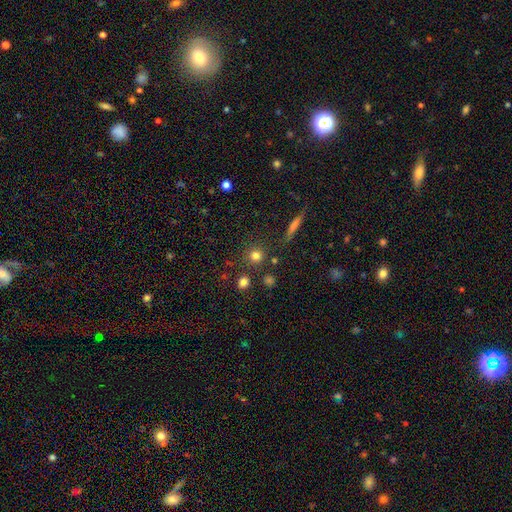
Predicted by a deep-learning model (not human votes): Smooth or featured: smooth — 79% (star or artifact — 13%)
How rounded: round — 92% (in between — 7%)
Merging: none — 83% (minor disturbance — 8%)